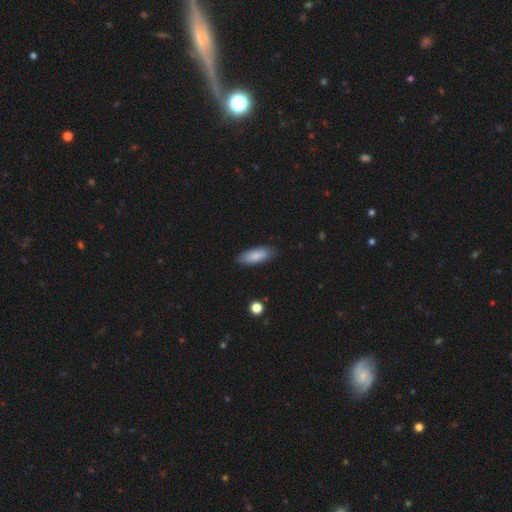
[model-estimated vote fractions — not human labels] Smooth or featured?
  - smooth: 84% *
  - featured or disk: 10%
  - star or artifact: 6%
How rounded?
  - in between: 72% *
  - cigar-shaped: 26%
  - round: 2%
Merging?
  - none: 85% *
  - minor disturbance: 12%
  - major disturbance: 2%
  - merger: 1%